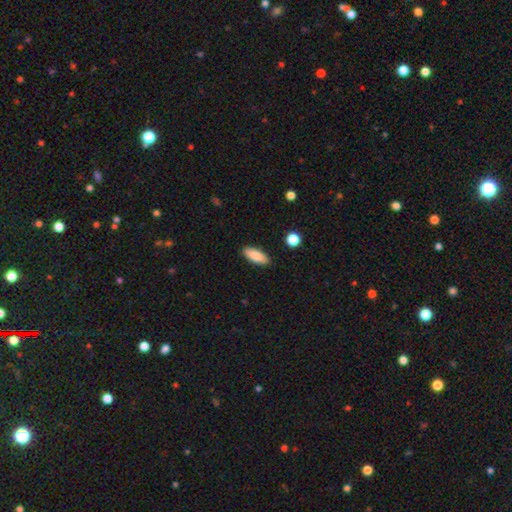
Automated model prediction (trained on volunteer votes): Overall: smooth (85%). How rounded: in between (79%). Merging: none (88%).